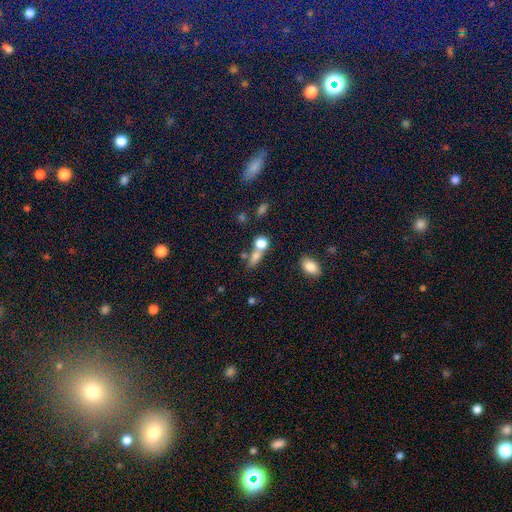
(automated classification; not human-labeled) This is likely a smooth galaxy (73%). How rounded: marginally round (43%). Merging: marginally merger (42%).